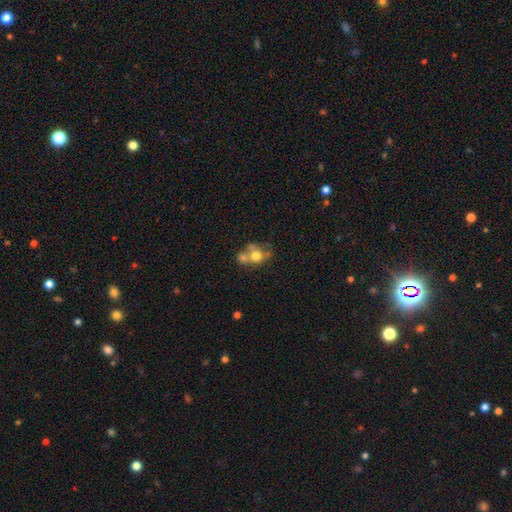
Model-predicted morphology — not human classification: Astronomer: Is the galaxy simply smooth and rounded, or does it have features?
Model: smooth — 61%.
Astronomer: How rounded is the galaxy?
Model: round — 65%.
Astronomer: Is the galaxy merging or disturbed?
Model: merger — 53%.